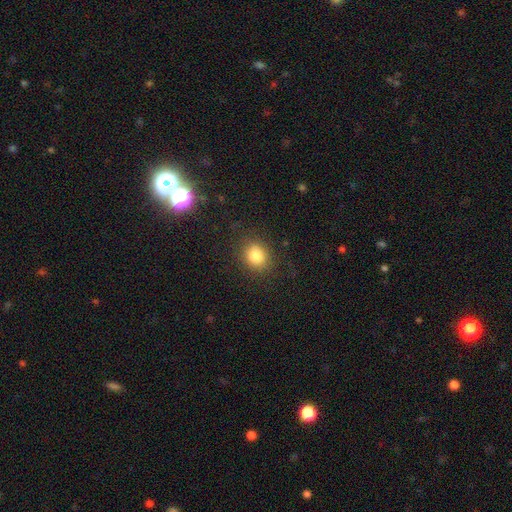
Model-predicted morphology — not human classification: A smooth galaxy with no disk features (83%) that is round (68%).

Vote fractions:
- Smooth or featured? smooth: 83% / star or artifact: 11% / featured or disk: 6%
- How rounded? round: 68% / in between: 31% / cigar-shaped: 1%
- Merging? none: 85% / minor disturbance: 10% / major disturbance: 4% / merger: 1%